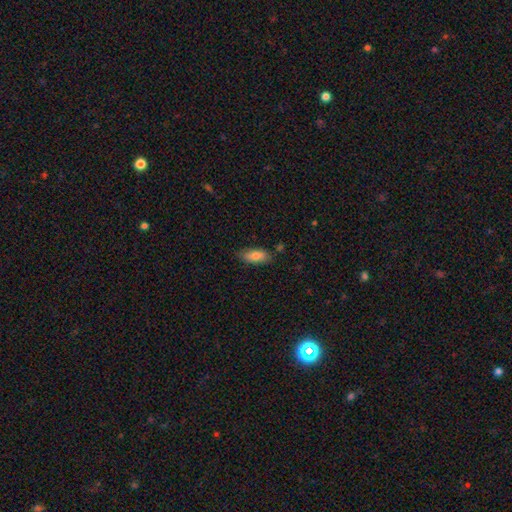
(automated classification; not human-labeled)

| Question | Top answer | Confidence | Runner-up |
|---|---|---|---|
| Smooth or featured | smooth | 83% | featured or disk (10%) |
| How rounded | in between | 83% | cigar-shaped (15%) |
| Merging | none | 79% | minor disturbance (15%) |